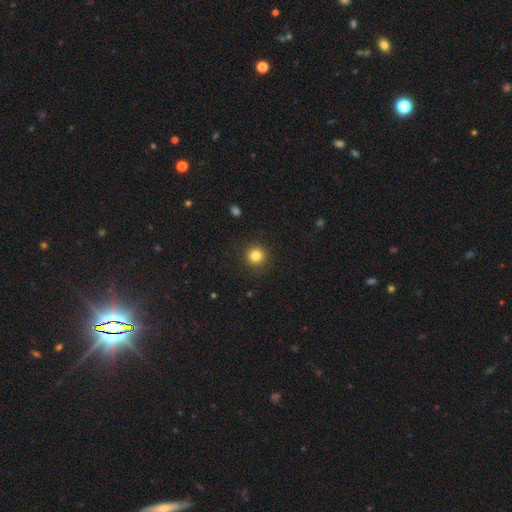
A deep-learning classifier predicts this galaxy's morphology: smooth_or_featured: smooth (p=0.83) [alt: star or artifact p=0.12]
how_rounded: round (p=0.94) [alt: in between p=0.05]
merging: none (p=0.91) [alt: minor disturbance p=0.05]